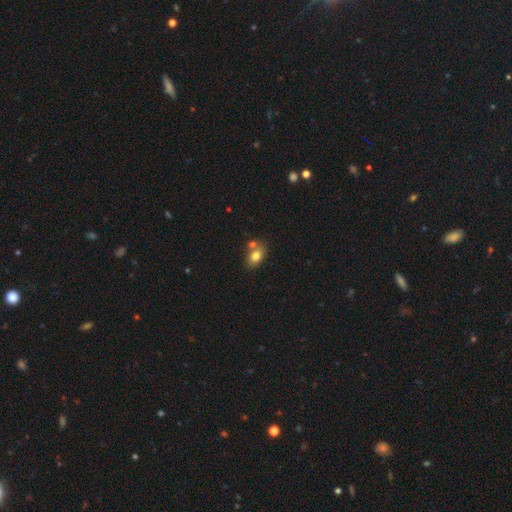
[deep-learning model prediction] Smooth or featured?
  - smooth: 78% *
  - featured or disk: 12%
  - star or artifact: 9%
How rounded?
  - in between: 76% *
  - round: 22%
  - cigar-shaped: 1%
Merging?
  - none: 52% *
  - merger: 30%
  - minor disturbance: 14%
  - major disturbance: 4%